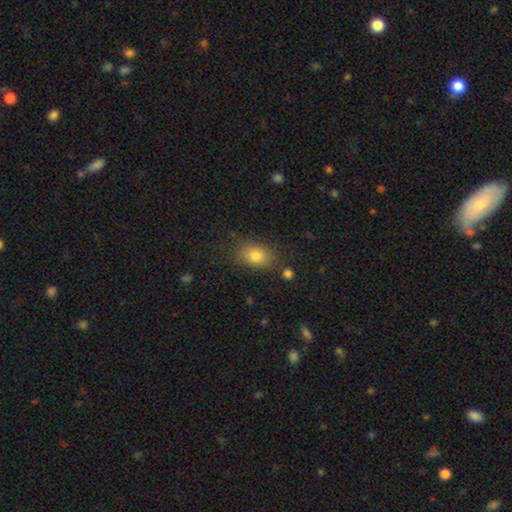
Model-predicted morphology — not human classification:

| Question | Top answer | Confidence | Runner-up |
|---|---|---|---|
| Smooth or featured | smooth | 81% | star or artifact (10%) |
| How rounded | in between | 77% | round (21%) |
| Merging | none | 77% | minor disturbance (15%) |